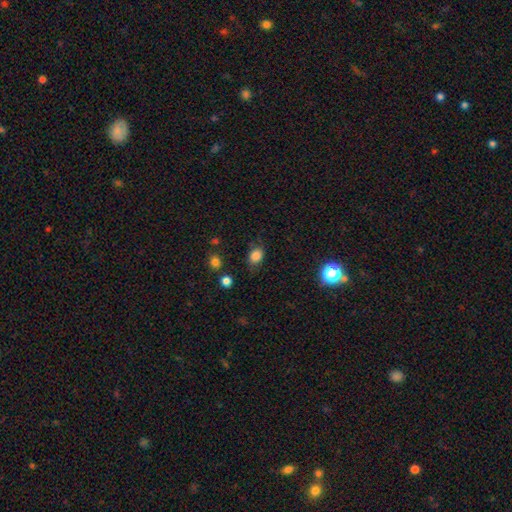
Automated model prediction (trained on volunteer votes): Morphology: type=smooth (83%); roundness=in between (62%); merging=none (71%).